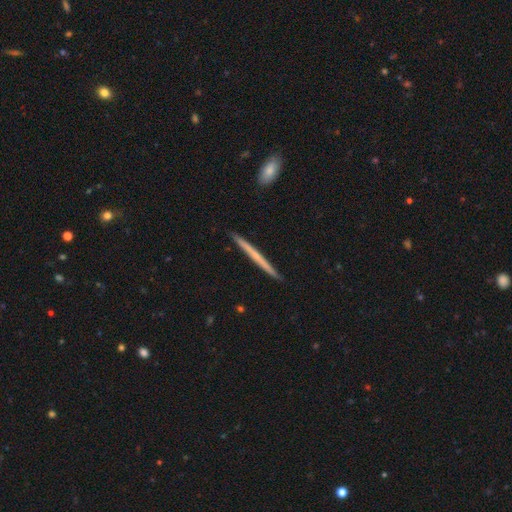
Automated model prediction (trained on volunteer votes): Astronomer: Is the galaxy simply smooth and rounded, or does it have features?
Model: featured or disk — 51% (runner-up: smooth, 43%).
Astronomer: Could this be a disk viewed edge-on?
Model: yes — 98%.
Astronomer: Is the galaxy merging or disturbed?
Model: none — 92%.